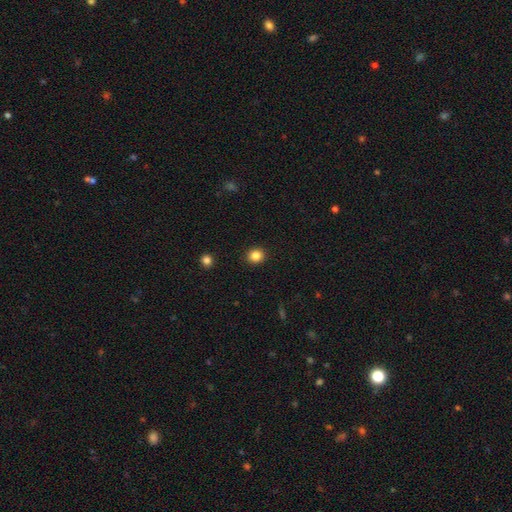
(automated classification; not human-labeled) Smooth or featured?
  - smooth: 85% *
  - star or artifact: 11%
  - featured or disk: 4%
How rounded?
  - round: 82% *
  - in between: 17%
  - cigar-shaped: 1%
Merging?
  - none: 92% *
  - minor disturbance: 5%
  - major disturbance: 2%
  - merger: 1%